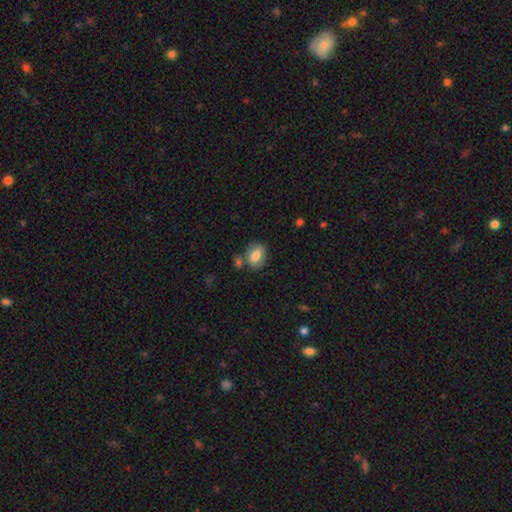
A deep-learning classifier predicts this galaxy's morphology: Smooth or featured: smooth — 79% (featured or disk — 13%)
How rounded: in between — 75% (round — 23%)
Merging: none — 66% (minor disturbance — 16%)